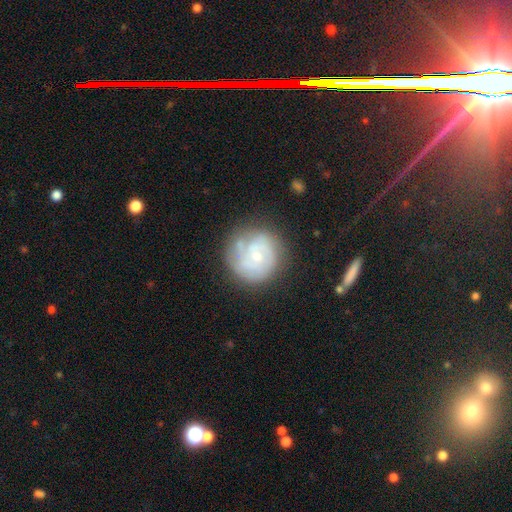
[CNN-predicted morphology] This is likely a featured or disk galaxy (69%). It is clearly not viewed edge-on (98%). Bar: likely no (69%). Spiral arm pattern: clearly yes (86%). Spiral arm count: marginally can't tell (34%). Spiral winding: likely tight (62%). Central bulge: likely small (64%). Merging: likely none (70%).